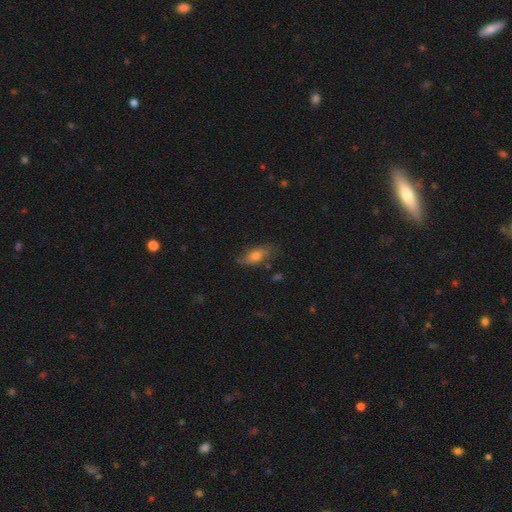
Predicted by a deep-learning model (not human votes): Smooth or featured?
  - smooth: 60% *
  - featured or disk: 31%
  - star or artifact: 10%
How rounded?
  - in between: 76% *
  - cigar-shaped: 19%
  - round: 5%
Merging?
  - none: 70% *
  - minor disturbance: 21%
  - major disturbance: 6%
  - merger: 3%